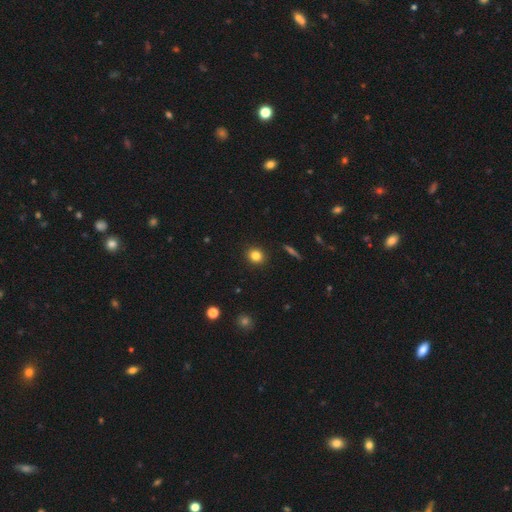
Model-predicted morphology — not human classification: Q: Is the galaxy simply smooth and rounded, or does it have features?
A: smooth — 83%.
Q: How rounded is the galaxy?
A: round — 83%.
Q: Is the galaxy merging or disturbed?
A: none — 91%.